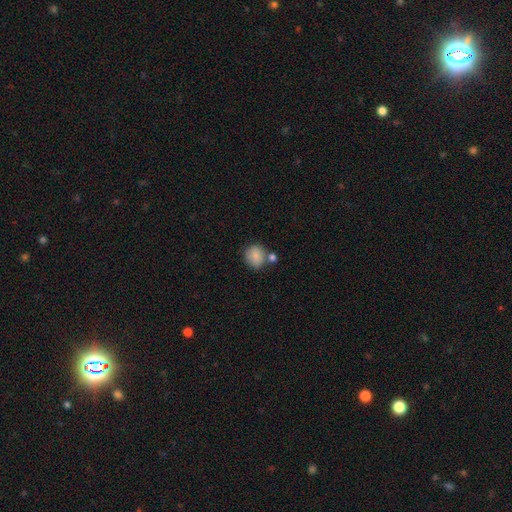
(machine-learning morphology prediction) Smooth or featured? Predicted: smooth (p=0.85). How rounded? Predicted: round (p=0.80). Merging? Predicted: none (p=0.61).